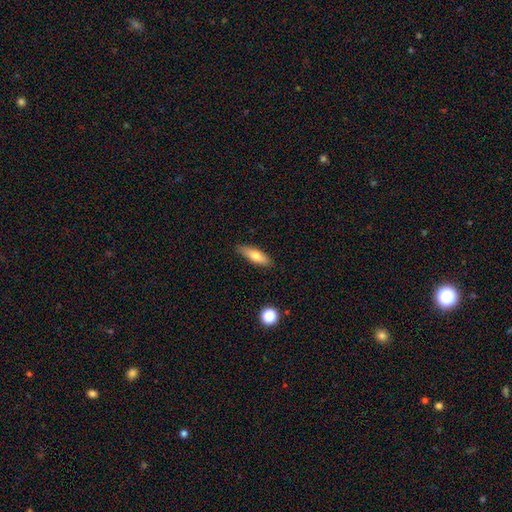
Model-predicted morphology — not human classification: smooth_or_featured: smooth (p=0.72) [alt: featured or disk p=0.21]
how_rounded: cigar-shaped (p=0.50) [alt: in between p=0.48]
merging: none (p=0.85) [alt: minor disturbance p=0.11]